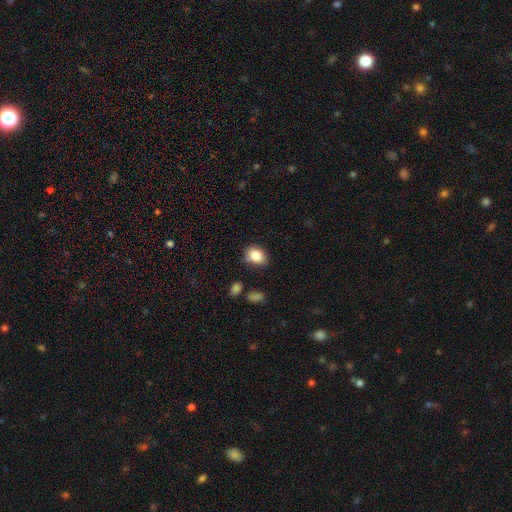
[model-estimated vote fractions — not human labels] This appears to be a smooth galaxy with no disk features (85%) that is in between round and cigar-shaped (69%). Merging: none (70%).